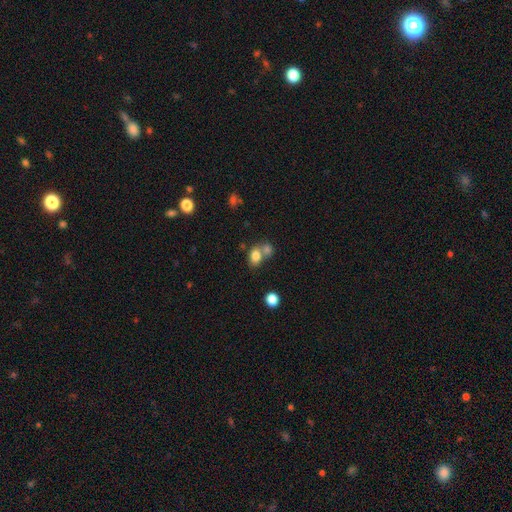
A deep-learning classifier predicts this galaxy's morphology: Smooth or featured?
  - smooth: 80% *
  - star or artifact: 11%
  - featured or disk: 9%
How rounded?
  - in between: 62% *
  - round: 37%
  - cigar-shaped: 1%
Merging?
  - merger: 46% *
  - none: 40%
  - minor disturbance: 10%
  - major disturbance: 4%